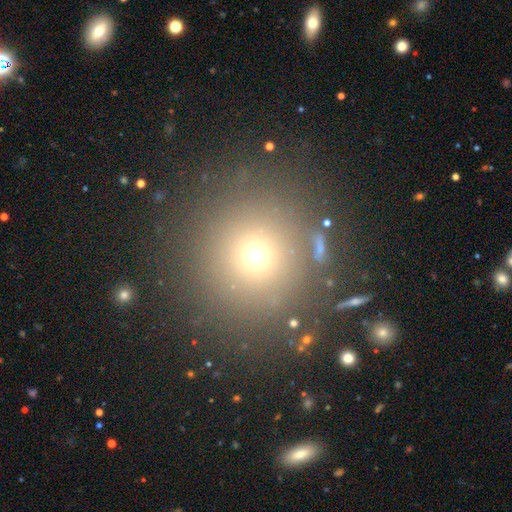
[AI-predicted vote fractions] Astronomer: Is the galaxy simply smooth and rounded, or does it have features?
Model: smooth — 64%.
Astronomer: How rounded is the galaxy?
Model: round — 95%.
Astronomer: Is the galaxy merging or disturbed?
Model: none — 86%.